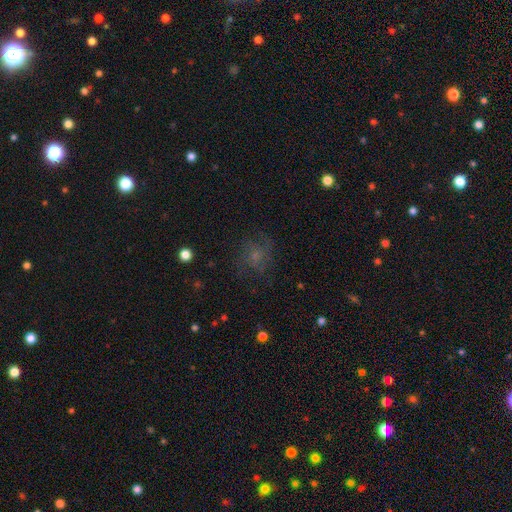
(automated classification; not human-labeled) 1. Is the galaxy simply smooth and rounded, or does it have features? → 45% smooth, 36% featured or disk, 19% star or artifact.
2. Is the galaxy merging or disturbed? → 64% none, 18% minor disturbance, 16% major disturbance, 2% merger.